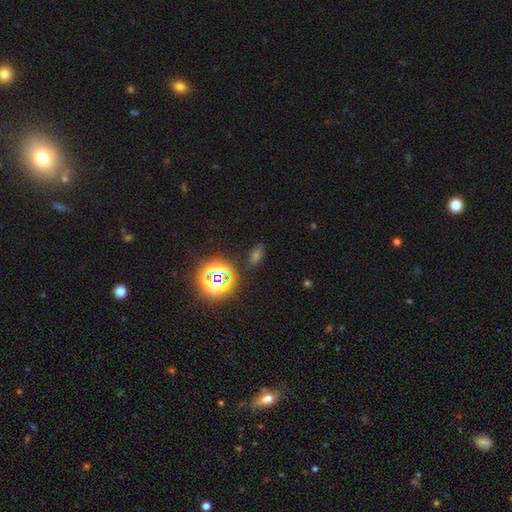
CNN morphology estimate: Smooth or featured? Predicted: star or artifact (p=0.51).